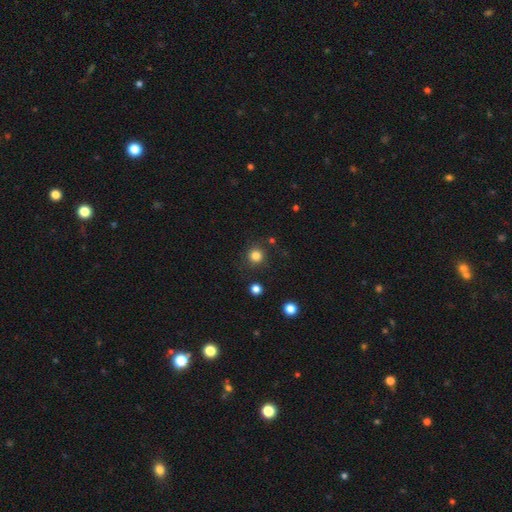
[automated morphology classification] The model was most divided on "smooth or featured": smooth: 82%, star or artifact: 13%, featured or disk: 4%. More confident: how rounded — round (94%); merging — none (87%).